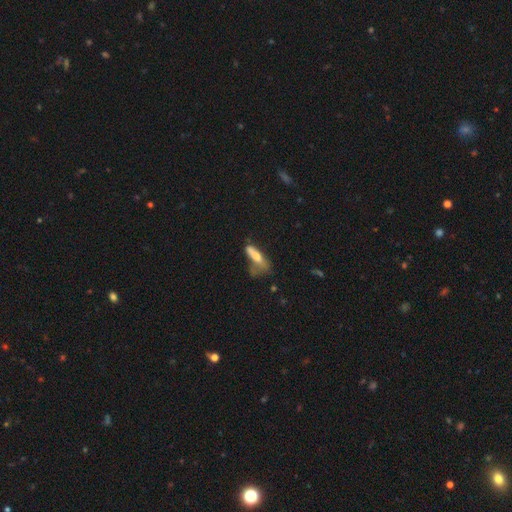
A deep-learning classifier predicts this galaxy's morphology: Overall: smooth (62%; featured or disk 28%). How rounded: cigar-shaped (52%; in between 46%). Merging: major disturbance (36%; none 27%).